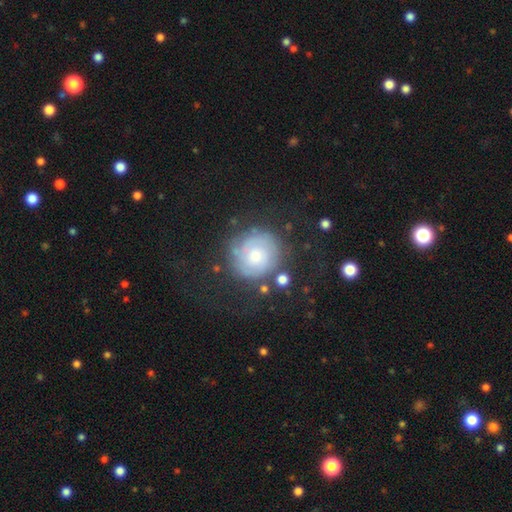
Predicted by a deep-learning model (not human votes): Smooth or featured? featured or disk (54%)
Edge-on disk? no (97%)
Bar? no (80%)
Spiral arms? yes (79%)
Bulge size? moderate (51%)
Merging? none (72%)